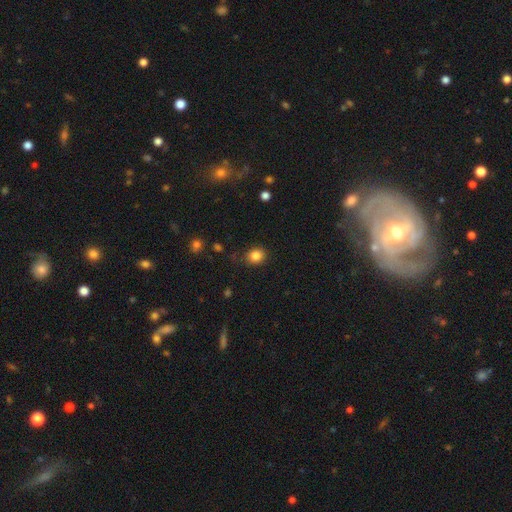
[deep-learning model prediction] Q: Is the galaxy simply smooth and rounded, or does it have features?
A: smooth — 84%.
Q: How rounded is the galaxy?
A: round — 70%.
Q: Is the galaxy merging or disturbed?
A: none — 81%.